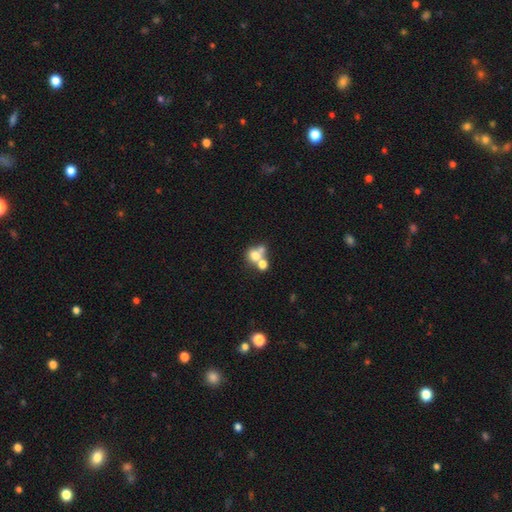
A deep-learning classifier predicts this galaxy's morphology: Q: Smooth or featured?
A: smooth (66%); runner-up: featured or disk (20%)
Q: How rounded?
A: round (75%); runner-up: in between (24%)
Q: Merging?
A: merger (57%); runner-up: none (31%)